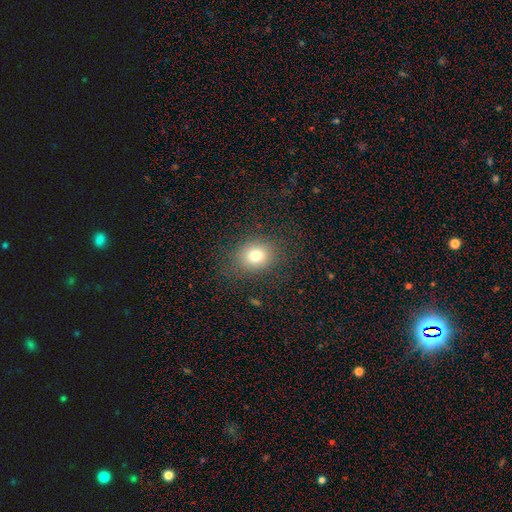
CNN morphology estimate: Q: Smooth or featured?
A: smooth (76%); runner-up: star or artifact (14%)
Q: How rounded?
A: round (64%); runner-up: in between (35%)
Q: Merging?
A: none (83%); runner-up: minor disturbance (10%)